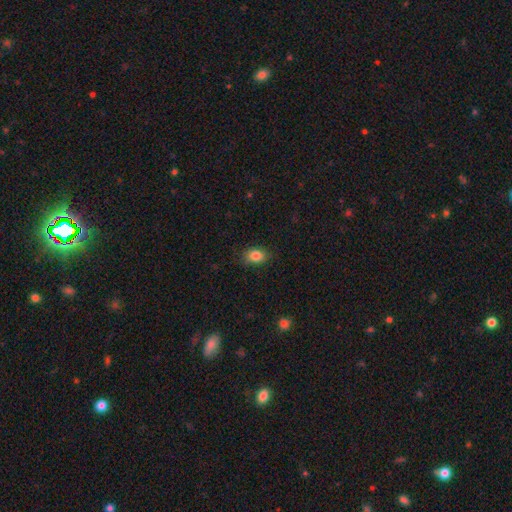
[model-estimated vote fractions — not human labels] This appears to be a smooth galaxy with no disk features (85%) that is in between round and cigar-shaped (67%). Merging: none (79%).